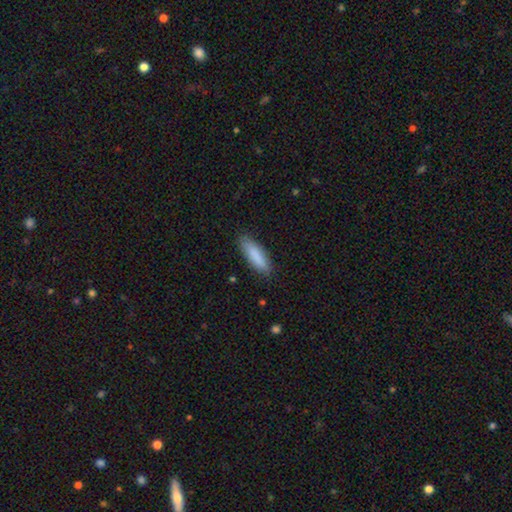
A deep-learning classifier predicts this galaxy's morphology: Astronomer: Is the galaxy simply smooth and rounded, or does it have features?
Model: smooth — 86%.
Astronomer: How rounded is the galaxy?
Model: cigar-shaped — 56% (runner-up: in between, 42%).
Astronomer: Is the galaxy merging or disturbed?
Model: none — 85%.